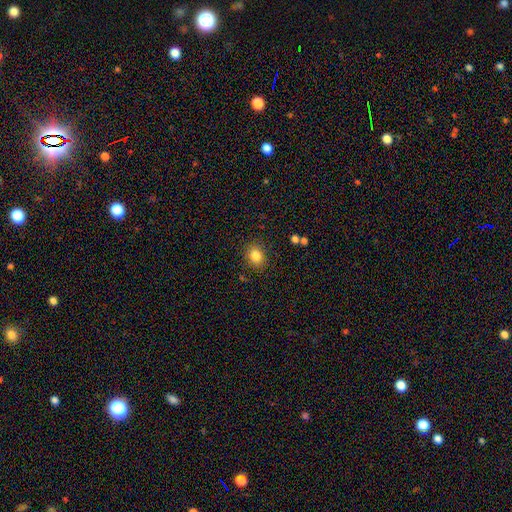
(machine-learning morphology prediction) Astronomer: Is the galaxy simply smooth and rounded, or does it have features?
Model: smooth — 84%.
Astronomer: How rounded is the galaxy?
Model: round — 60% (runner-up: in between, 39%).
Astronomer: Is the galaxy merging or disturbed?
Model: none — 87%.